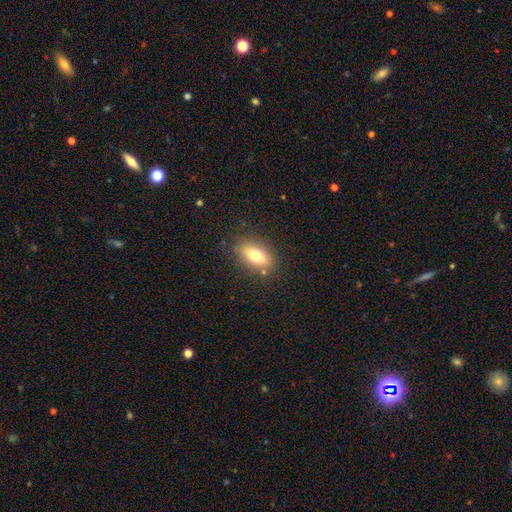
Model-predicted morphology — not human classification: The model was most divided on "smooth or featured": smooth: 70%, featured or disk: 21%, star or artifact: 9%. More confident: merging — none (83%); how rounded — in between (82%).